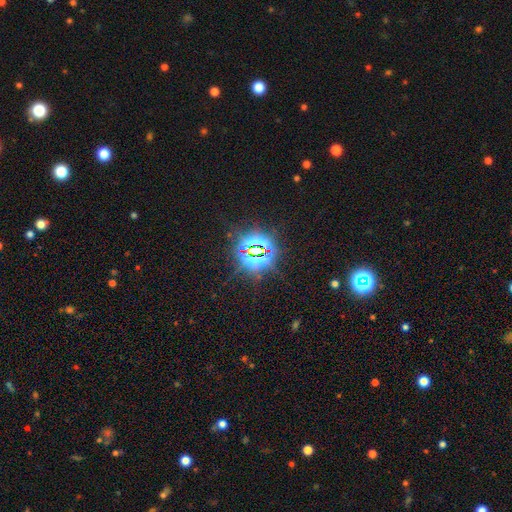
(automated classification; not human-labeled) Smooth or featured?
  - star or artifact: 83% *
  - smooth: 10%
  - featured or disk: 7%